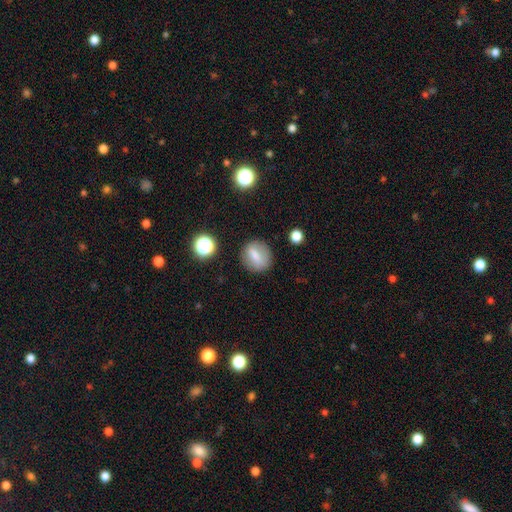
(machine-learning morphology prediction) type=smooth (67%); roundness=round (67%); merging=none (82%).